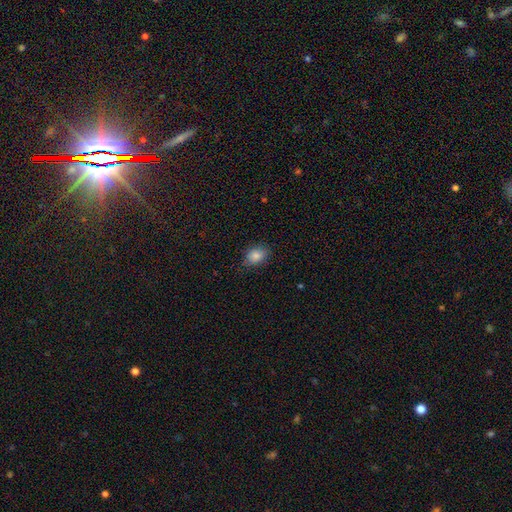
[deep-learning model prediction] This is clearly a smooth galaxy (85%). How rounded: likely in between (73%). Merging: clearly none (80%).